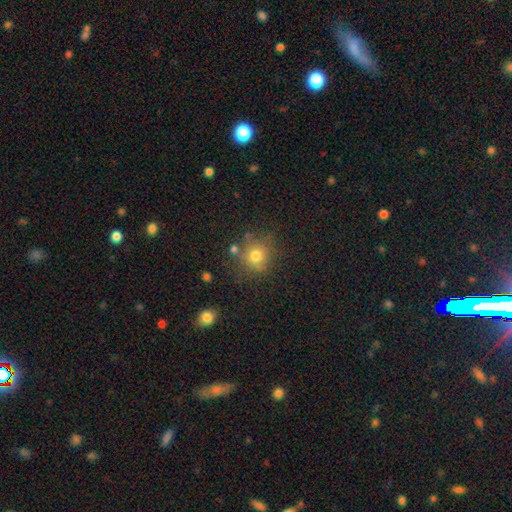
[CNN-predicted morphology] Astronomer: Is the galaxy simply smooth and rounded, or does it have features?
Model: smooth — 75%.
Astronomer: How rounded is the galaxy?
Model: round — 86%.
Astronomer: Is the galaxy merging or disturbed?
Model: none — 73%.